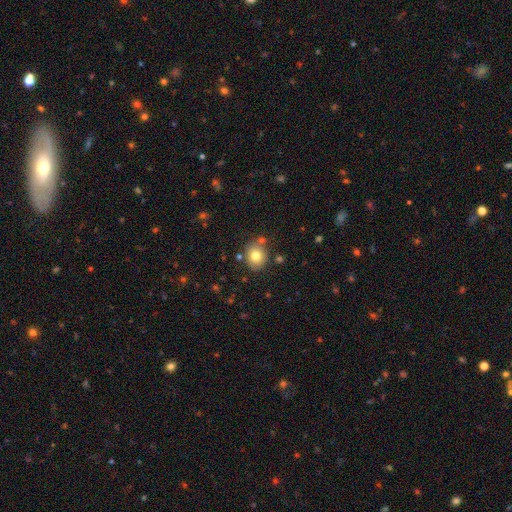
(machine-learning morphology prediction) type=smooth (76%); roundness=round (65%); merging=none (78%).